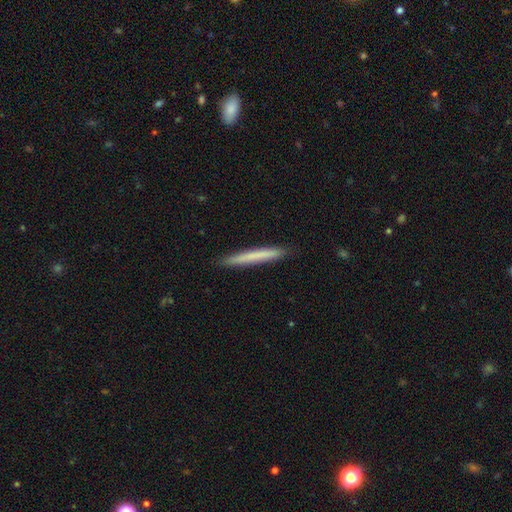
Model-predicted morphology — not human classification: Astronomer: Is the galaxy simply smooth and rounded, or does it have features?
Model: smooth — 68%.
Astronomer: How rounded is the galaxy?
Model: cigar-shaped — 97%.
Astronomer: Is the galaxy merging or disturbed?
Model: none — 91%.